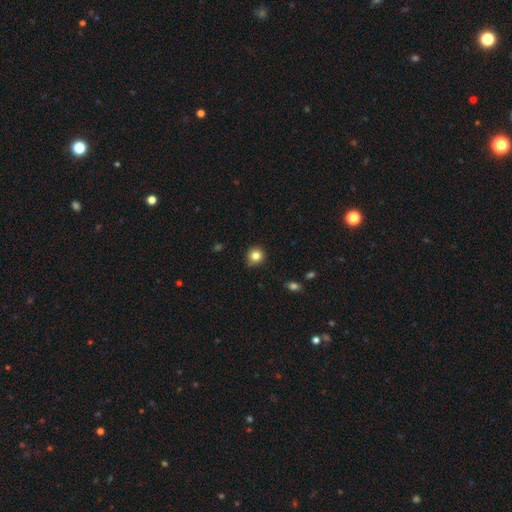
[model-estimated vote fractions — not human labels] The model was most divided on "smooth or featured": smooth: 83%, star or artifact: 11%, featured or disk: 6%. More confident: how rounded — round (91%); merging — none (85%).